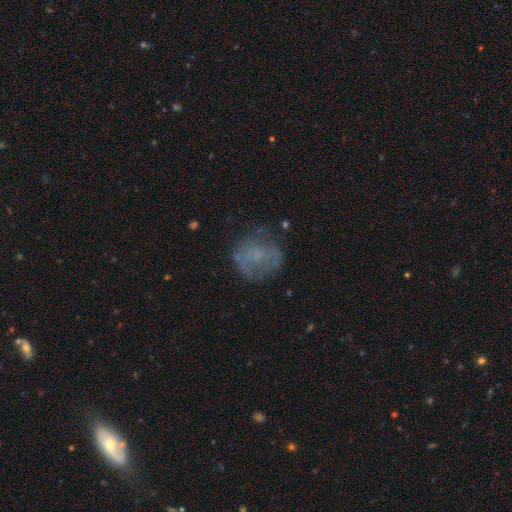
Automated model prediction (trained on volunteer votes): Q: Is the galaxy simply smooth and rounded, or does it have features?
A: smooth — 47%.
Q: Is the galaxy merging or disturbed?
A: none — 61%.